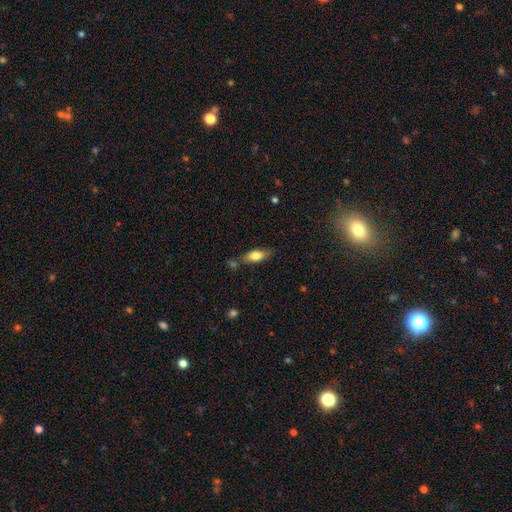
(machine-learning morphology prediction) A smooth galaxy with no disk features (69%) that is in between round and cigar-shaped (71%).

Vote fractions:
- Smooth or featured? smooth: 69% / featured or disk: 24% / star or artifact: 7%
- How rounded? in between: 71% / cigar-shaped: 26% / round: 3%
- Merging? none: 66% / minor disturbance: 19% / merger: 10% / major disturbance: 5%